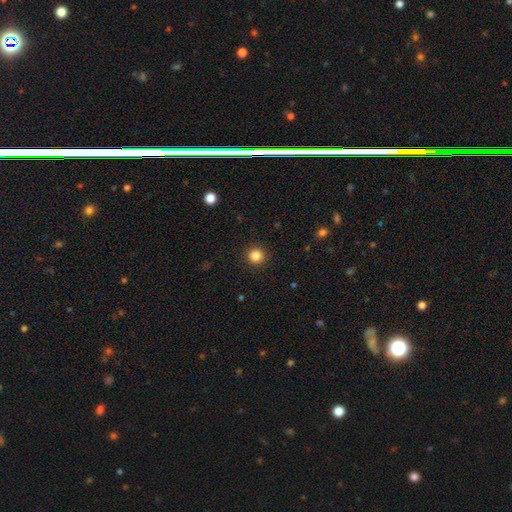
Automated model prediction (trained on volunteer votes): This is clearly a smooth galaxy (84%). How rounded: clearly round (94%). Merging: clearly none (92%).